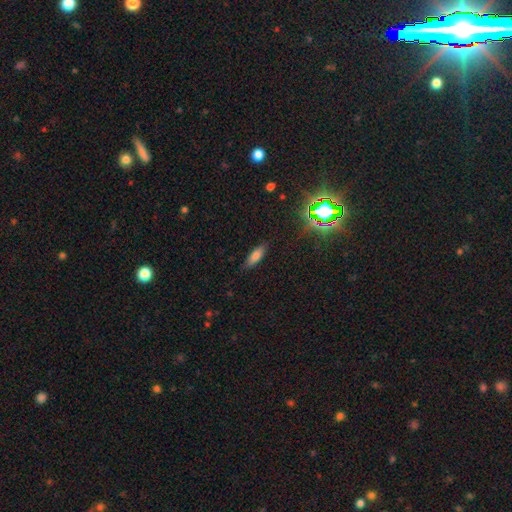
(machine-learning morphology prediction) This appears to be a smooth galaxy with no disk features (75%) that is in between round and cigar-shaped (62%). Merging: none (84%).